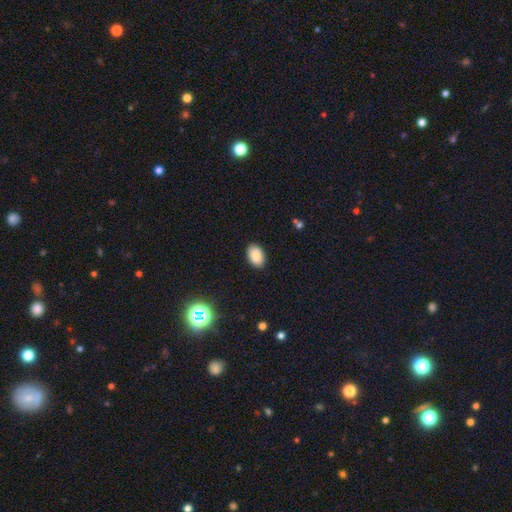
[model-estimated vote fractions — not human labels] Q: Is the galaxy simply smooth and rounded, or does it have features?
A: smooth — 87%.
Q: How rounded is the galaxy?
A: in between — 91%.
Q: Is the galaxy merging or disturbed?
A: none — 87%.